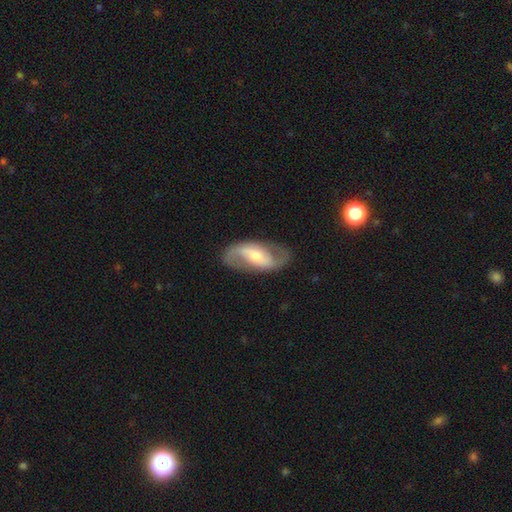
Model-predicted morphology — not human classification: Overall: featured or disk (82%). Edge-on disk: no (95%). Bar: weak (39%; strong 31%). Spiral arms: yes (91%). Spiral arm count: 2 (91%). Spiral winding: loose (50%; medium 37%). Bulge size: moderate (48%; small 44%). Merging: none (82%).